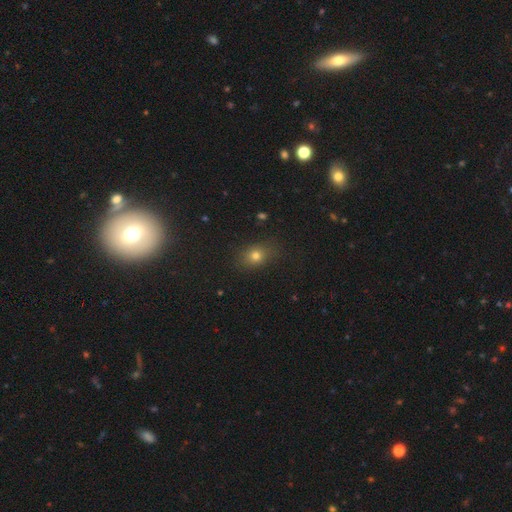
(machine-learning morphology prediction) smooth-or-featured: smooth: 73% | star or artifact: 17% | featured or disk: 10%
  how-rounded: in between: 53% | round: 45% | cigar-shaped: 2%
  merging: none: 81% | minor disturbance: 13% | major disturbance: 4% | merger: 2%